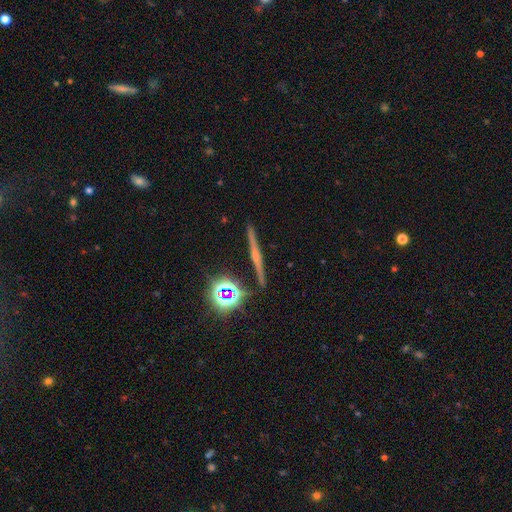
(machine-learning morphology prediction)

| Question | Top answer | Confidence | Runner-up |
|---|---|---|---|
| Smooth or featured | featured or disk | 62% | smooth (19%) |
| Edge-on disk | yes | 97% | no (3%) |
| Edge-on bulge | rounded | 63% | none (25%) |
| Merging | none | 90% | minor disturbance (6%) |